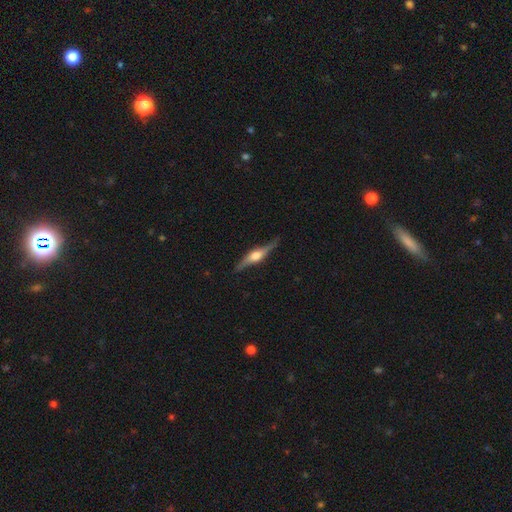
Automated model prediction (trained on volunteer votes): Q: Smooth or featured?
A: featured or disk (79%); runner-up: smooth (17%)
Q: Edge-on disk?
A: yes (96%); runner-up: no (4%)
Q: Edge-on bulge?
A: rounded (92%); runner-up: boxy (6%)
Q: Merging?
A: none (86%); runner-up: minor disturbance (11%)